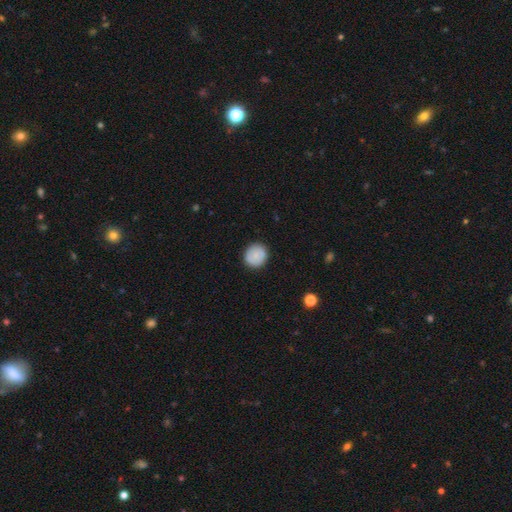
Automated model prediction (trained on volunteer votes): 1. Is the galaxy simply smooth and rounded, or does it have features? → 79% smooth, 14% featured or disk, 7% star or artifact.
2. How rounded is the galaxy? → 91% round, 8% in between, 1% cigar-shaped.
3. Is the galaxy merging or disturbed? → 90% none, 7% minor disturbance, 2% major disturbance, 1% merger.